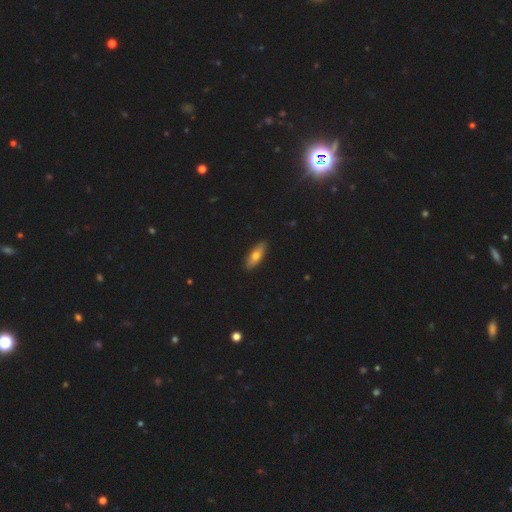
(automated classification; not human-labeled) The model was most divided on "how rounded": in between: 60%, cigar-shaped: 37%, round: 3%. More confident: merging — none (90%); smooth or featured — smooth (66%).